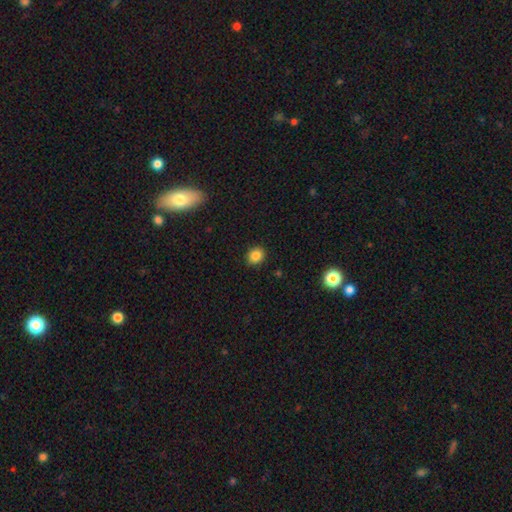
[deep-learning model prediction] Smooth or featured: smooth — 85% (star or artifact — 11%)
How rounded: round — 73% (in between — 26%)
Merging: none — 90% (minor disturbance — 7%)